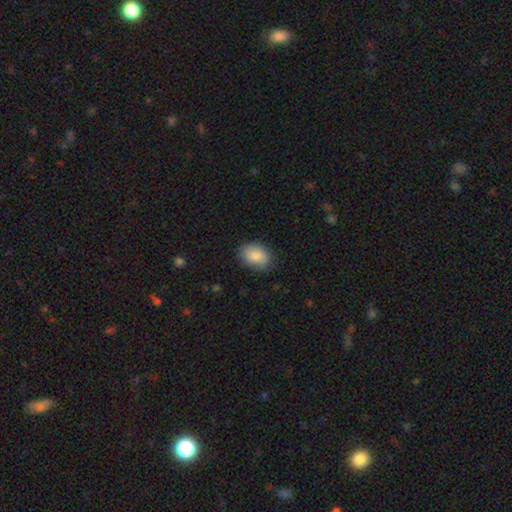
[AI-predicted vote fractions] smooth 86%, featured or disk 7%, star or artifact 7%. Down the decision tree: how rounded — in between (78%); merging — none (82%).